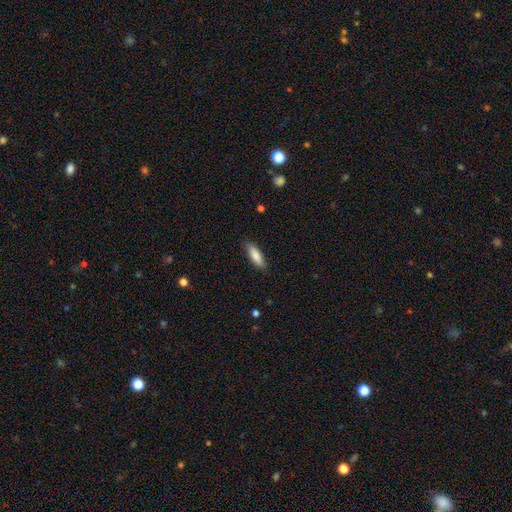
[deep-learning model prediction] This appears to be a smooth galaxy with no disk features (82%) that is in between round and cigar-shaped (51%). Merging: none (86%).